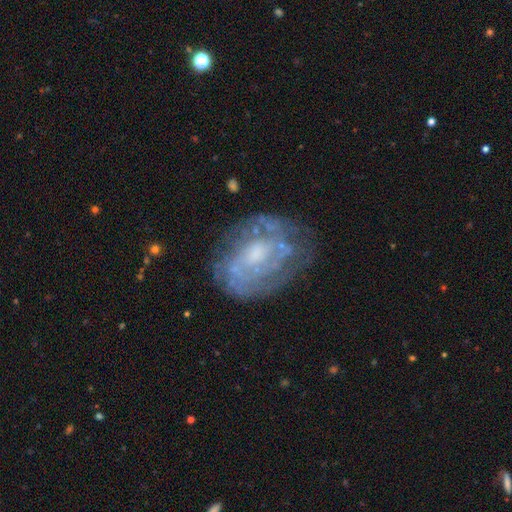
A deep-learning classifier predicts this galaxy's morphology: Q: Smooth or featured?
A: featured or disk (75%); runner-up: smooth (17%)
Q: Edge-on disk?
A: no (97%); runner-up: yes (3%)
Q: Bar?
A: no (67%); runner-up: weak (27%)
Q: Spiral arms?
A: yes (68%); runner-up: no (32%)
Q: Bulge size?
A: moderate (39%); runner-up: small (38%)
Q: Merging?
A: none (66%); runner-up: minor disturbance (20%)